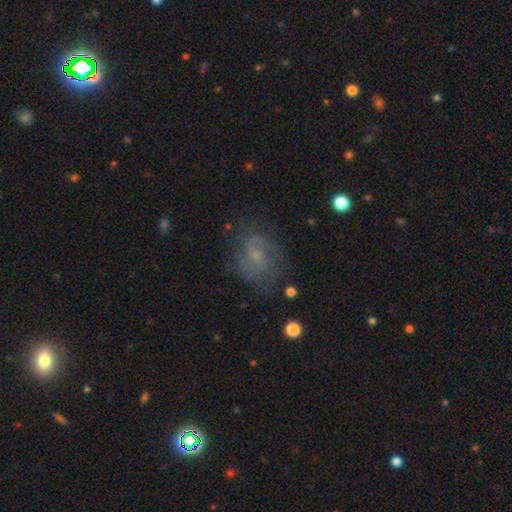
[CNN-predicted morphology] featured or disk 57%, smooth 29%, star or artifact 13%. Down the decision tree: edge-on disk — no (97%); bar — no (64%); spiral arms — yes (81%); bulge size — small (60%); merging — none (66%).